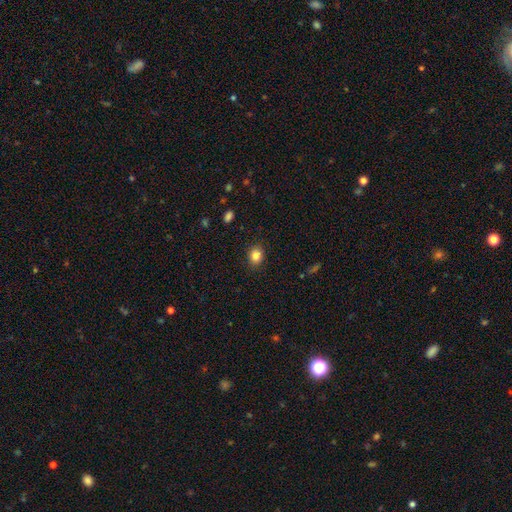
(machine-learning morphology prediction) Smooth or featured? smooth (85%)
How rounded? round (55%)
Merging? none (88%)